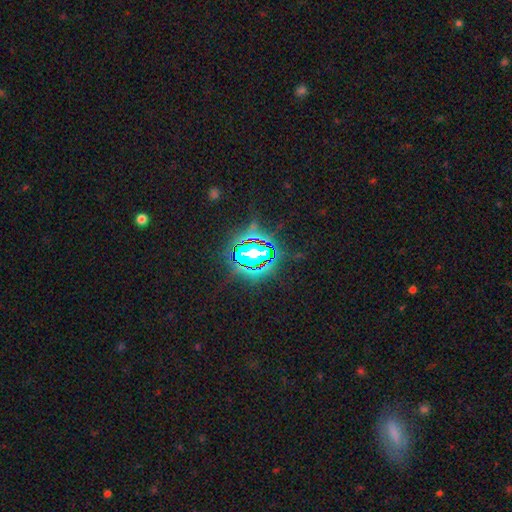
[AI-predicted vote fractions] Q: Smooth or featured?
A: star or artifact (74%); runner-up: smooth (14%)